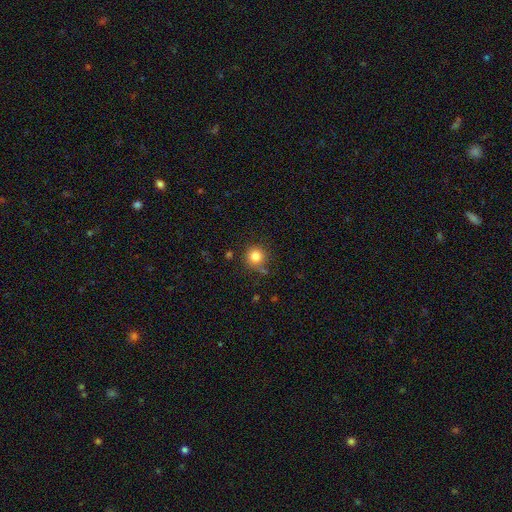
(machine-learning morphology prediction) type=smooth (82%); roundness=round (92%); merging=none (76%).